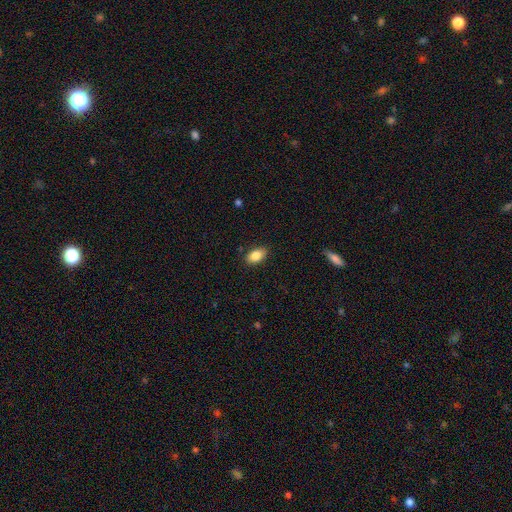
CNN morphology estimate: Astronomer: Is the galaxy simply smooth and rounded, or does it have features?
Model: smooth — 85%.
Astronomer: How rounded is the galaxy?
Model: in between — 91%.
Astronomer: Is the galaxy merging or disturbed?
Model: none — 87%.